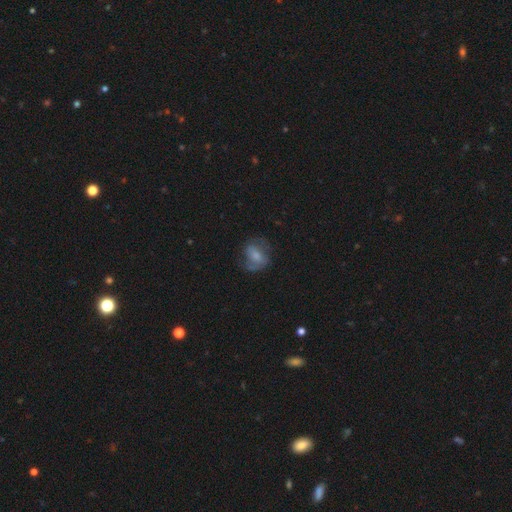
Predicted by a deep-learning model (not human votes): This is possibly a smooth galaxy (49%). Merging: possibly none (54%).